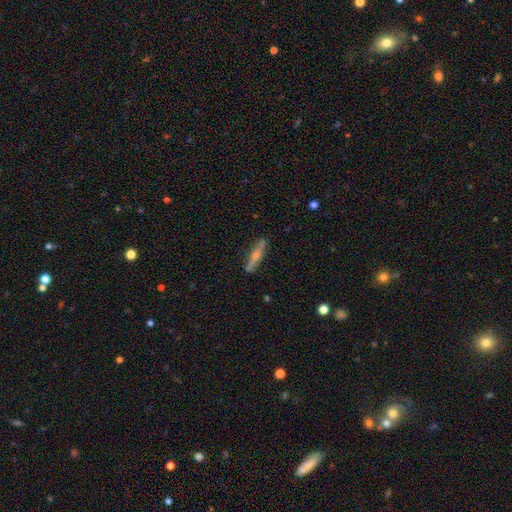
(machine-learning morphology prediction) A smooth galaxy with no disk features (50%) that is cigar-shaped (88%).

Vote fractions:
- Smooth or featured? smooth: 50% / featured or disk: 43% / star or artifact: 7%
- How rounded? cigar-shaped: 88% / in between: 10% / round: 2%
- Merging? none: 81% / minor disturbance: 14% / major disturbance: 3% / merger: 3%